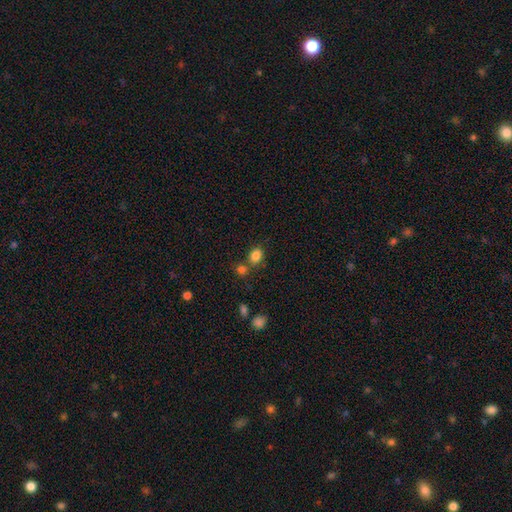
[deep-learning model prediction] This is clearly a smooth galaxy (83%). How rounded: possibly in between (53%). Merging: likely none (63%).